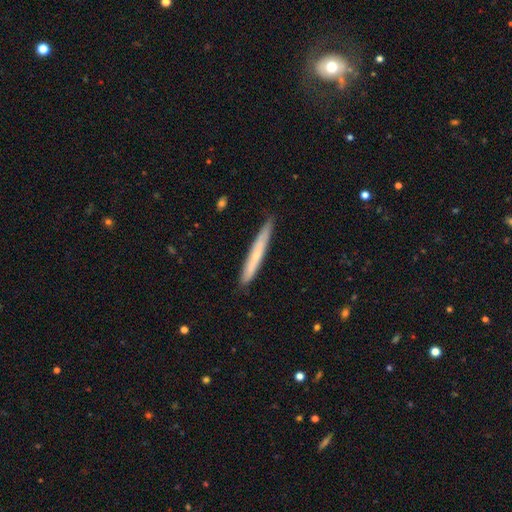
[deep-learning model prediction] smooth_or_featured: smooth (p=0.57) [alt: featured or disk p=0.37]
how_rounded: cigar-shaped (p=0.96) [alt: in between p=0.03]
merging: none (p=0.85) [alt: minor disturbance p=0.12]